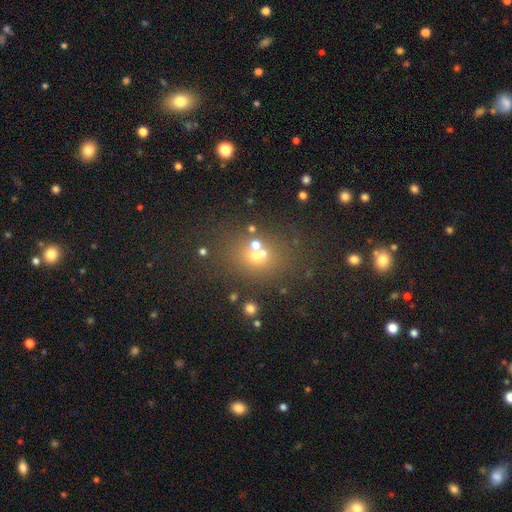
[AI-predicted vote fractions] The model was most divided on "smooth or featured": smooth: 52%, star or artifact: 30%, featured or disk: 19%. More confident: how rounded — round (64%); merging — none (57%).